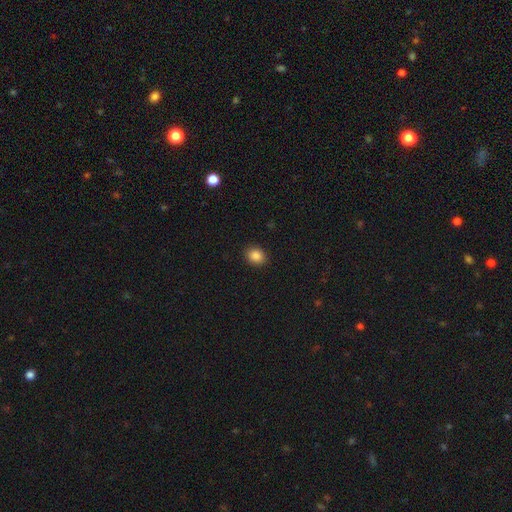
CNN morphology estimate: Smooth or featured: smooth — 86% (star or artifact — 10%)
How rounded: round — 57% (in between — 42%)
Merging: none — 90% (minor disturbance — 7%)